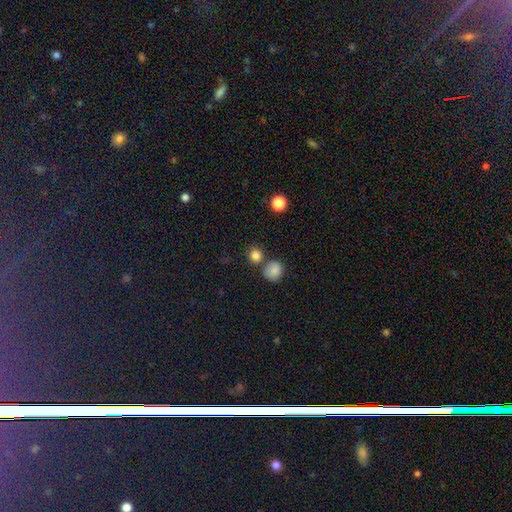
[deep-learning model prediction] Morphology: type=smooth (82%); roundness=round (88%); merging=none (70%).